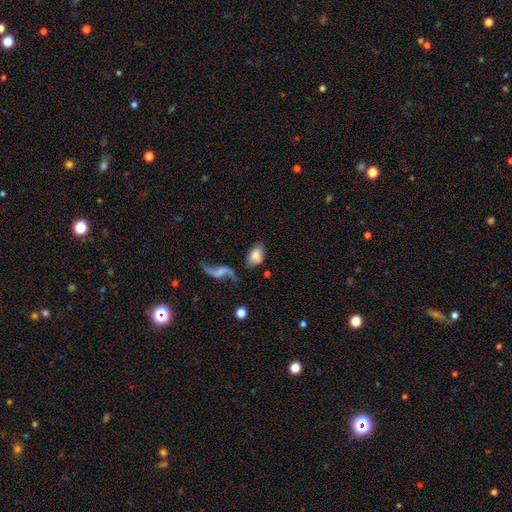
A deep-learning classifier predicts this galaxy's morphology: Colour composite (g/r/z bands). It shows a smooth galaxy with no disk features (66%) that is in between round and cigar-shaped (90%). Merging: none (55%).